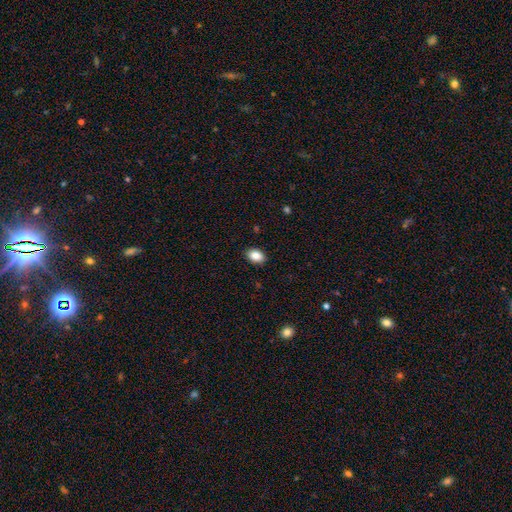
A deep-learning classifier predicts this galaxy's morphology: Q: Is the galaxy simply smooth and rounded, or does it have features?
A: smooth — 87%.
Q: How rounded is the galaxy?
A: in between — 82%.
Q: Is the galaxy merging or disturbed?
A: none — 89%.